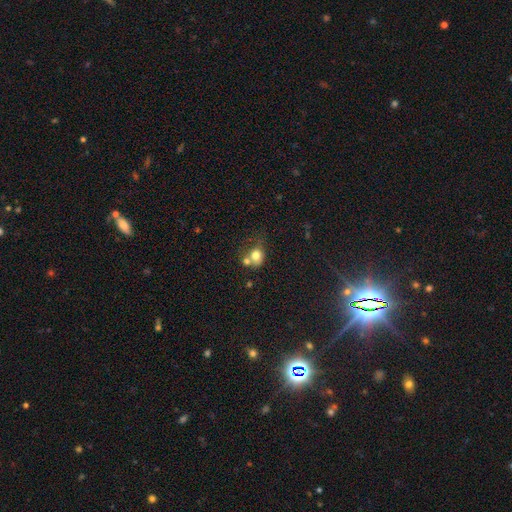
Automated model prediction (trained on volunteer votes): Q: Smooth or featured?
A: smooth (74%); runner-up: featured or disk (15%)
Q: How rounded?
A: round (62%); runner-up: in between (37%)
Q: Merging?
A: merger (44%); runner-up: none (34%)